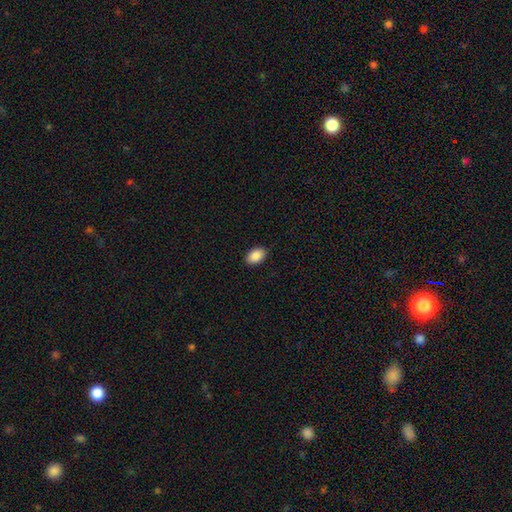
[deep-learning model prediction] Smooth or featured: smooth — 89% (star or artifact — 7%)
How rounded: in between — 89% (round — 10%)
Merging: none — 89% (minor disturbance — 8%)